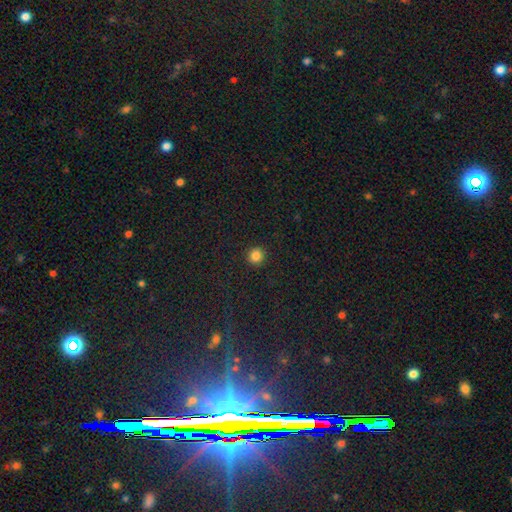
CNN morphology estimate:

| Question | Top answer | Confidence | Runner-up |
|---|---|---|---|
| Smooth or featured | smooth | 84% | star or artifact (12%) |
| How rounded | round | 93% | in between (6%) |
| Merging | none | 92% | minor disturbance (5%) |